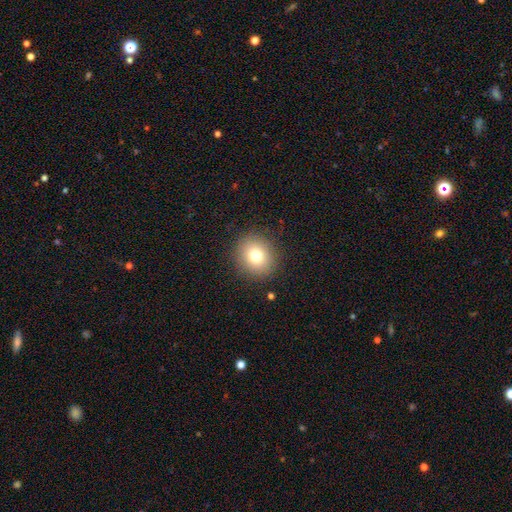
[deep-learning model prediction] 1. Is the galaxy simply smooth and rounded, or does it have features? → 77% smooth, 12% star or artifact, 11% featured or disk.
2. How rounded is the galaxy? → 81% round, 18% in between, 1% cigar-shaped.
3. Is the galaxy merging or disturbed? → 89% none, 7% minor disturbance, 3% major disturbance, 1% merger.